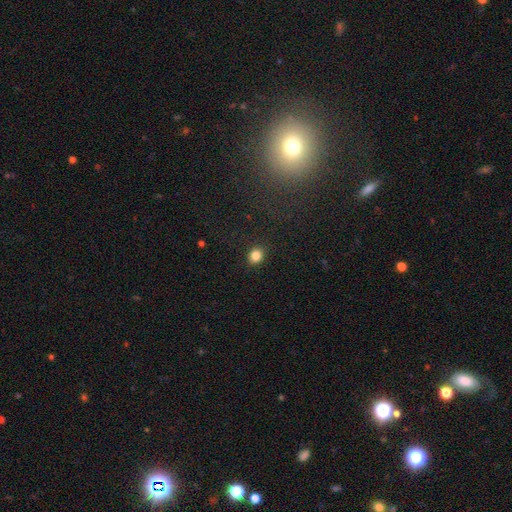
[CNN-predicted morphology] Q: Smooth or featured?
A: smooth (84%); runner-up: star or artifact (11%)
Q: How rounded?
A: round (73%); runner-up: in between (26%)
Q: Merging?
A: none (90%); runner-up: minor disturbance (7%)